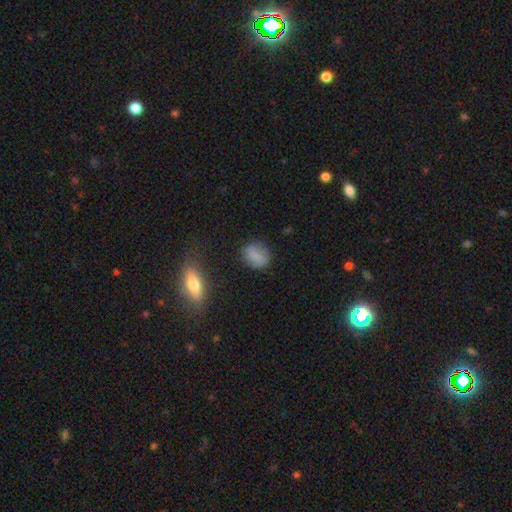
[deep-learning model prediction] This appears to be a smooth galaxy with no disk features (79%) that is round (51%). Merging: none (79%).